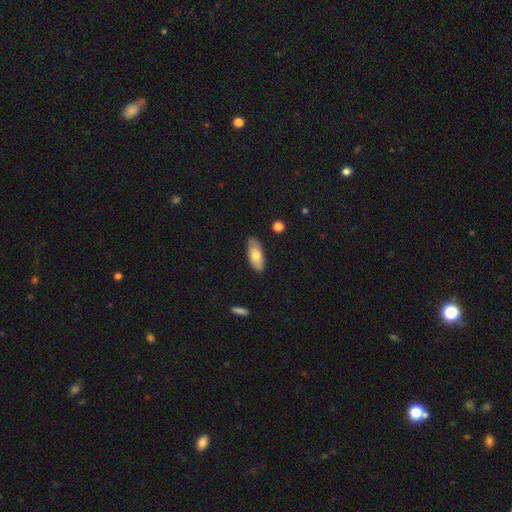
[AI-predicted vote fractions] Smooth or featured? Predicted: smooth (p=0.71). How rounded? Predicted: in between (p=0.85). Merging? Predicted: none (p=0.83).